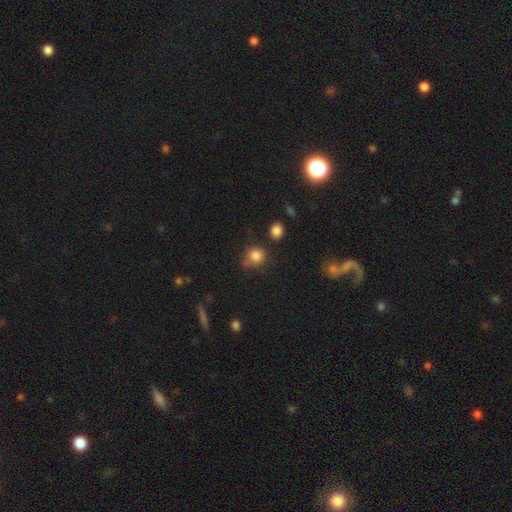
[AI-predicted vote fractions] Smooth or featured?
  - smooth: 82% *
  - star or artifact: 12%
  - featured or disk: 6%
How rounded?
  - round: 84% *
  - in between: 15%
  - cigar-shaped: 1%
Merging?
  - none: 67% *
  - minor disturbance: 18%
  - merger: 9%
  - major disturbance: 5%